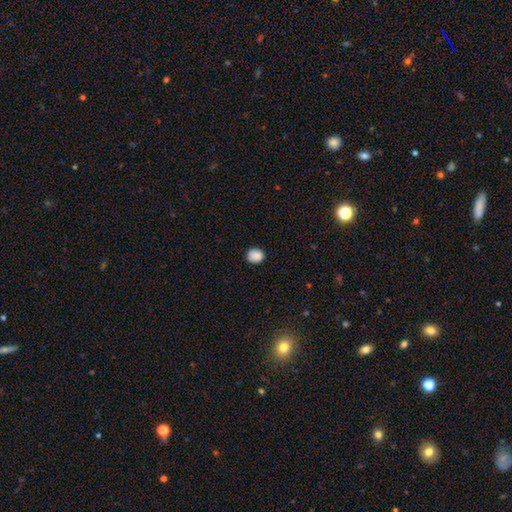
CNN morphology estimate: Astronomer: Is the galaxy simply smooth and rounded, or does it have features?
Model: smooth — 87%.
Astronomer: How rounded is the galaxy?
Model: round — 79%.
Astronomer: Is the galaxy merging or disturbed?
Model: none — 83%.